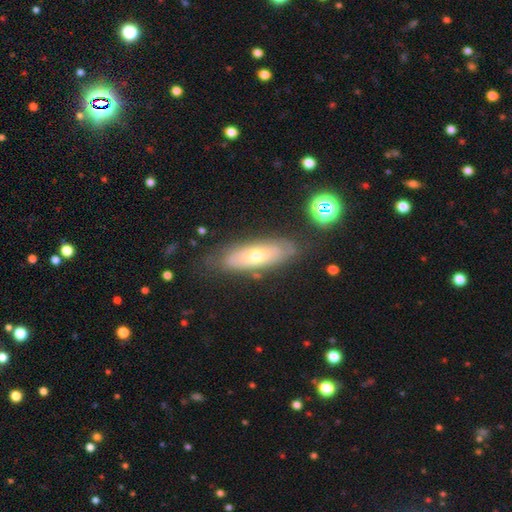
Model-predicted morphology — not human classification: Smooth or featured? Predicted: featured or disk (p=0.54). Edge-on disk? Predicted: no (p=0.63). Merging? Predicted: none (p=0.79).